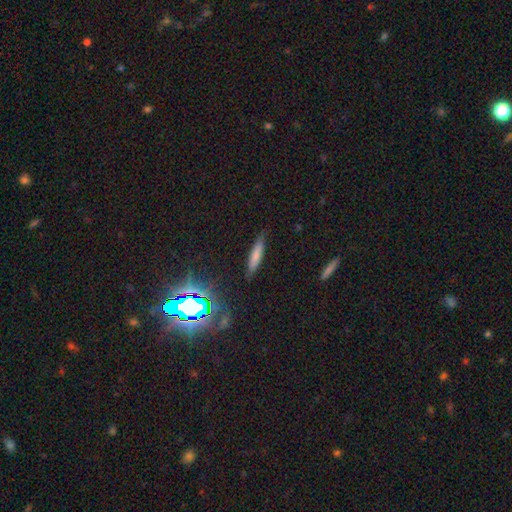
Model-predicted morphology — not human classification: smooth-or-featured: smooth: 70% | featured or disk: 18% | star or artifact: 12%
  how-rounded: cigar-shaped: 82% | in between: 16% | round: 2%
  merging: none: 83% | minor disturbance: 13% | major disturbance: 3% | merger: 2%